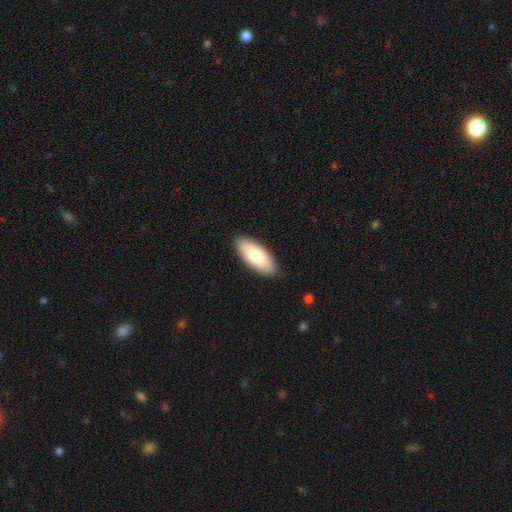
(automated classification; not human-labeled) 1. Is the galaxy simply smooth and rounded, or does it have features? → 83% smooth, 11% featured or disk, 5% star or artifact.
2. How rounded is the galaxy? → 85% in between, 14% cigar-shaped, 2% round.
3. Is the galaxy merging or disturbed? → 88% none, 9% minor disturbance, 2% major disturbance, 1% merger.